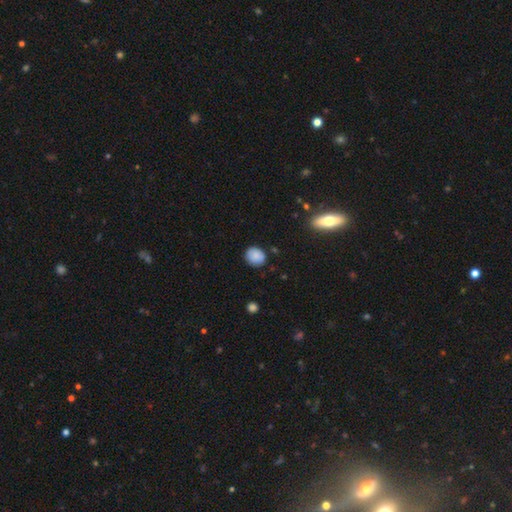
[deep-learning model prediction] smooth 87%, star or artifact 8%, featured or disk 5%. Down the decision tree: how rounded — round (72%); merging — none (82%).